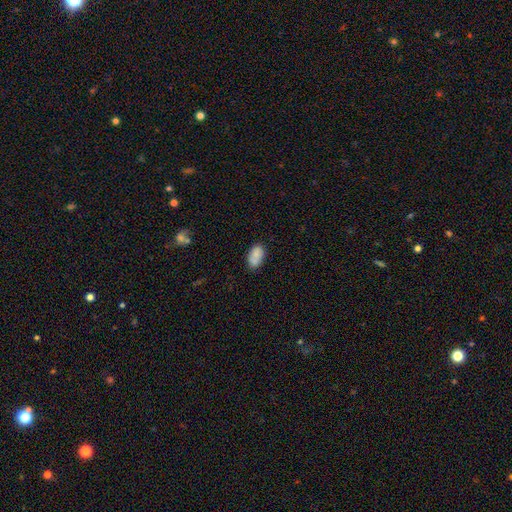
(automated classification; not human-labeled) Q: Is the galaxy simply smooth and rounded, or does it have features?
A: smooth — 81%.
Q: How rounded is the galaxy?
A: in between — 91%.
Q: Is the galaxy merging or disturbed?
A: none — 63%.